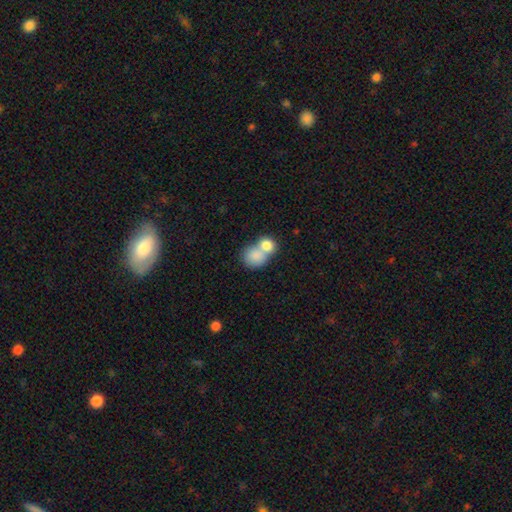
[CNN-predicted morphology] This is clearly a smooth galaxy (80%). How rounded: likely round (61%). Merging: likely merger (67%).